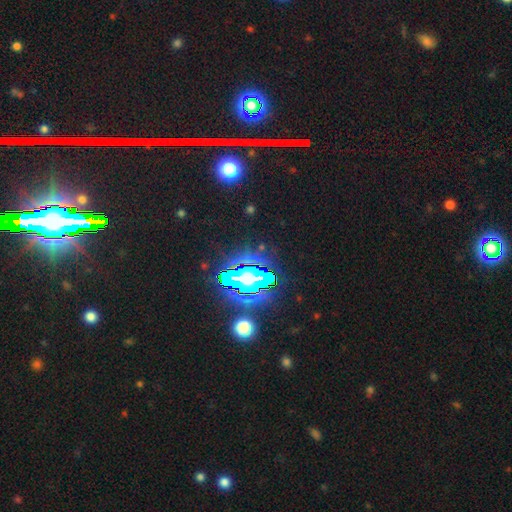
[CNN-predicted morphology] Smooth or featured?
  - star or artifact: 81% *
  - smooth: 10%
  - featured or disk: 10%